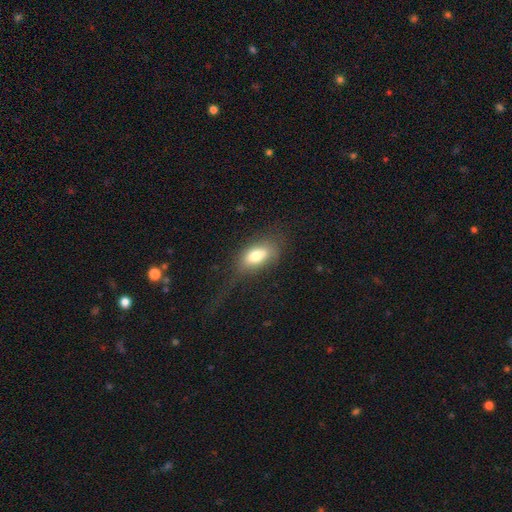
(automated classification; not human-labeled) A smooth galaxy with no disk features (74%) that is in between round and cigar-shaped (88%). Merging: none (49%).